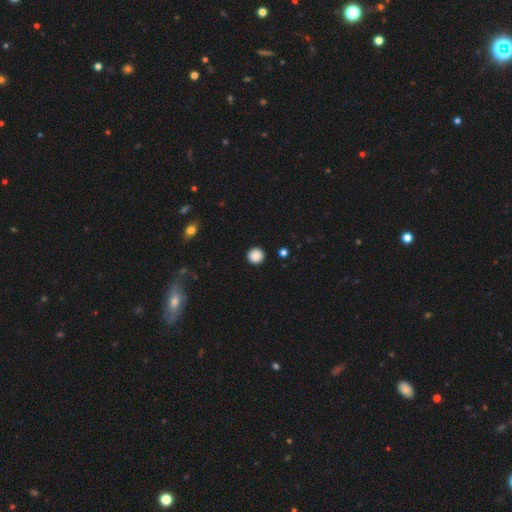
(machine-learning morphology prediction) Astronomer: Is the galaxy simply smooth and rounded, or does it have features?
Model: smooth — 88%.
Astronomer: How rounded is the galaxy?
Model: round — 94%.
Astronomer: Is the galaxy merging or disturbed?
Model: none — 93%.